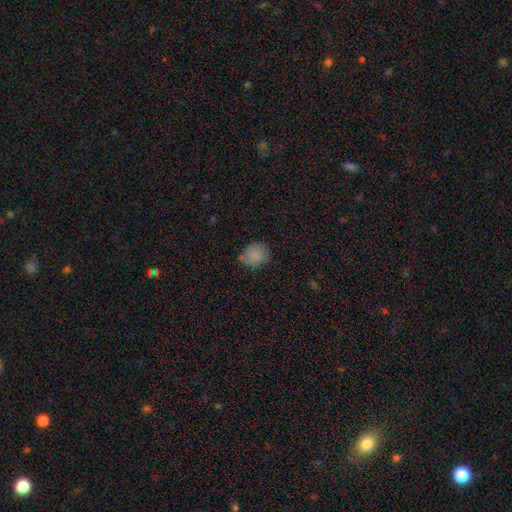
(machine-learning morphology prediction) Smooth or featured?
  - smooth: 83% *
  - star or artifact: 10%
  - featured or disk: 7%
How rounded?
  - round: 68% *
  - in between: 31%
  - cigar-shaped: 1%
Merging?
  - none: 70% *
  - minor disturbance: 22%
  - major disturbance: 5%
  - merger: 4%